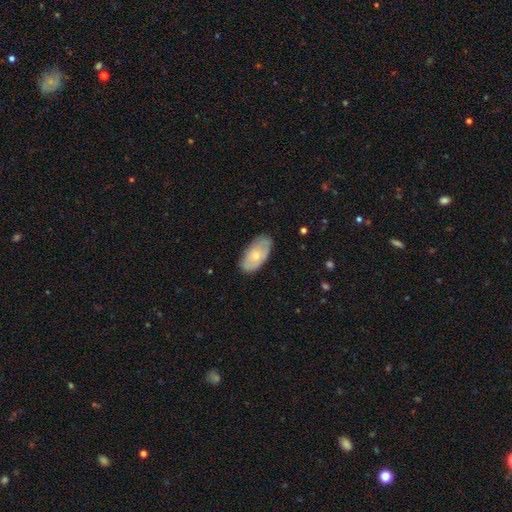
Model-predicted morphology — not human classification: The model was most divided on "smooth or featured": smooth: 59%, featured or disk: 35%, star or artifact: 6%. More confident: how rounded — in between (93%); merging — none (74%).